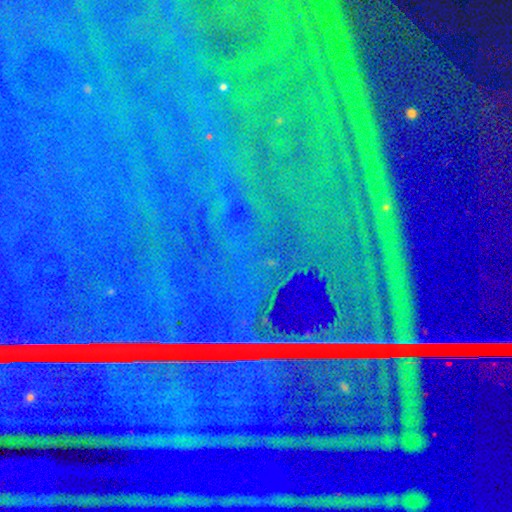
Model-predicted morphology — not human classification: smooth-or-featured: star or artifact: 89% | featured or disk: 6% | smooth: 5%